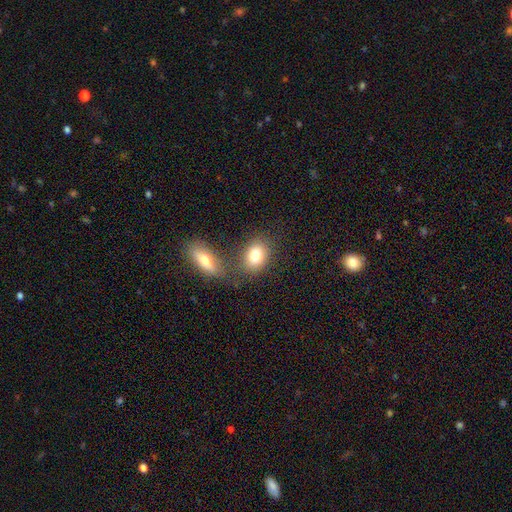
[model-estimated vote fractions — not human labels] This appears to be a smooth galaxy with no disk features (80%) that is in between round and cigar-shaped (64%). Merging: none (64%).